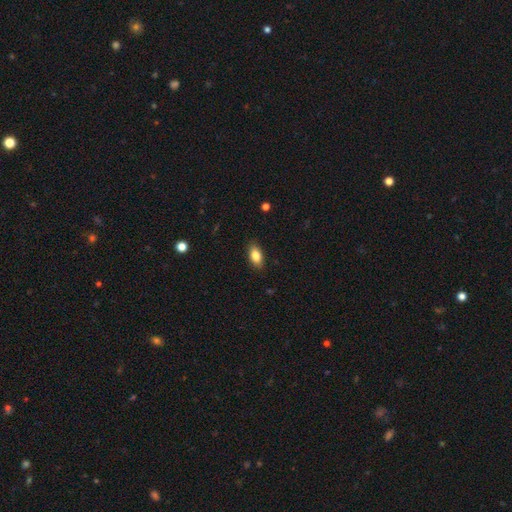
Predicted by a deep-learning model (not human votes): This appears to be a smooth galaxy with no disk features (86%) that is in between round and cigar-shaped (90%). Merging: none (87%).